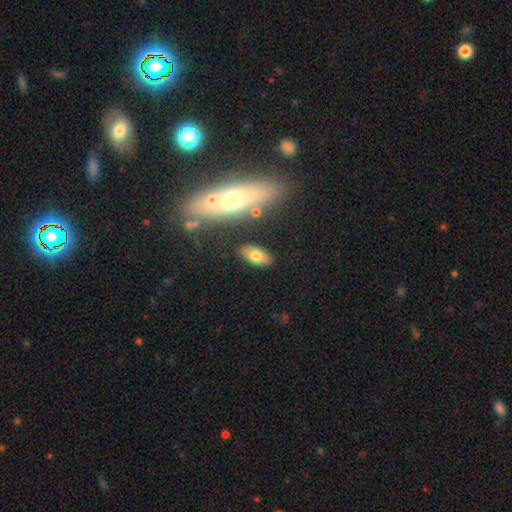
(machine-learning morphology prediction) smooth_or_featured: smooth (p=0.74) [alt: featured or disk p=0.18]
how_rounded: in between (p=0.90) [alt: cigar-shaped p=0.06]
merging: none (p=0.84) [alt: minor disturbance p=0.10]